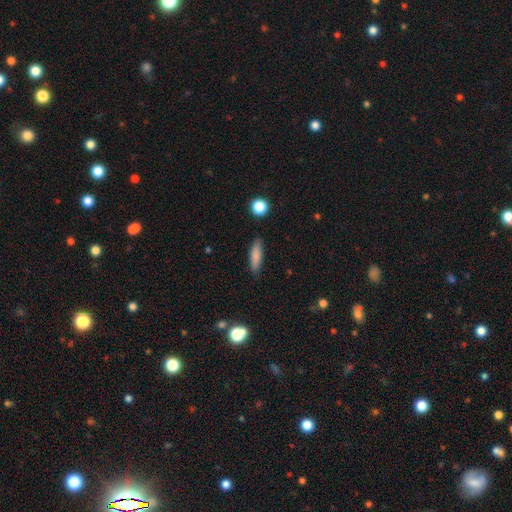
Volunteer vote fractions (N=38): smooth 89%, star or artifact 8%, featured or disk 3%. Down the decision tree: how rounded — cigar-shaped (88%); merging — none (89%).